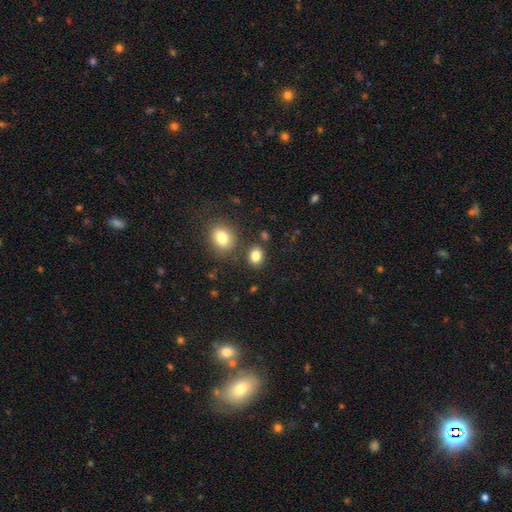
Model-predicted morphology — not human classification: A smooth galaxy with no disk features (84%) that is in between round and cigar-shaped (60%).

Vote fractions:
- Smooth or featured? smooth: 84% / star or artifact: 10% / featured or disk: 6%
- How rounded? in between: 60% / round: 38% / cigar-shaped: 1%
- Merging? none: 79% / minor disturbance: 10% / merger: 8% / major disturbance: 3%